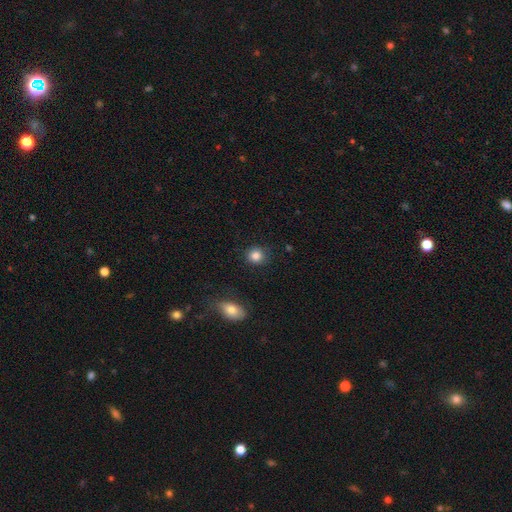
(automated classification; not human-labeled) This appears to be a smooth galaxy with no disk features (85%) that is round (86%). Merging: none (86%).